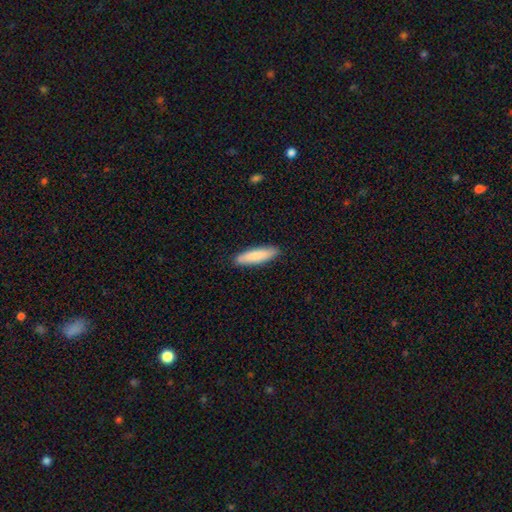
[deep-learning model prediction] Smooth or featured? smooth (82%)
How rounded? cigar-shaped (75%)
Merging? none (90%)